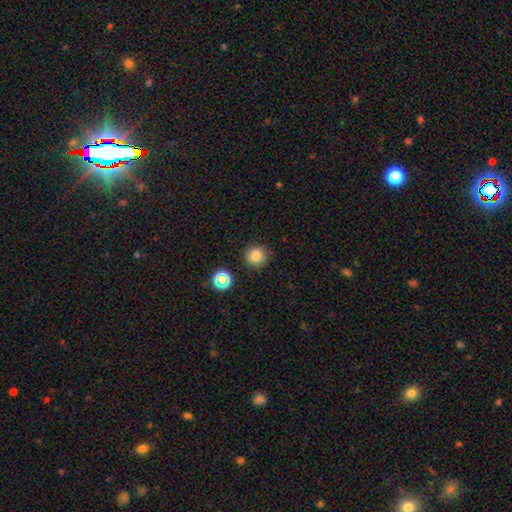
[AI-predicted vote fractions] A smooth galaxy with no disk features (80%) that is round (93%).

Vote fractions:
- Smooth or featured? smooth: 80% / star or artifact: 14% / featured or disk: 5%
- How rounded? round: 93% / in between: 6% / cigar-shaped: 1%
- Merging? none: 88% / minor disturbance: 7% / major disturbance: 2% / merger: 2%